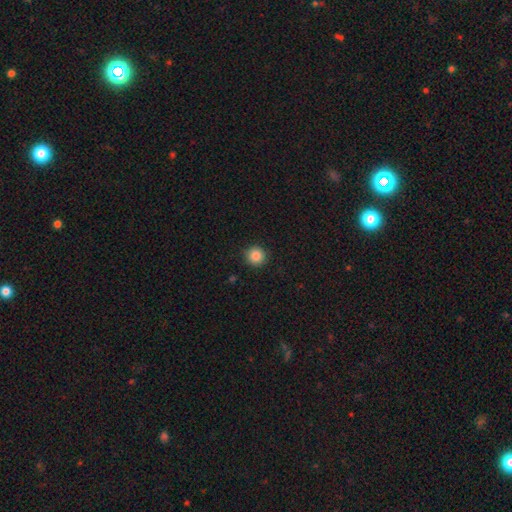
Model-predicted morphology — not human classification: Smooth or featured? smooth (86%)
How rounded? round (95%)
Merging? none (91%)